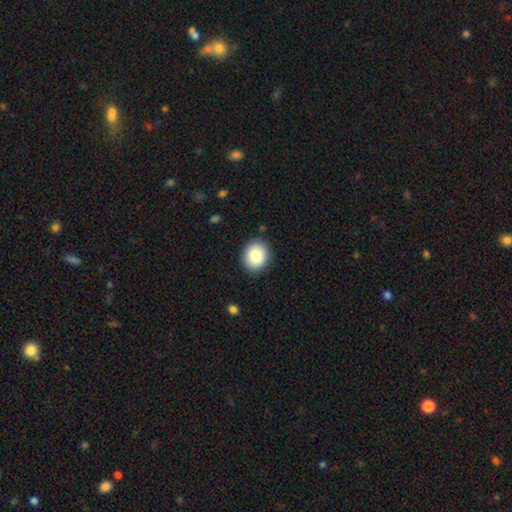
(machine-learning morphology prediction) type=smooth (84%); roundness=round (63%); merging=none (88%).